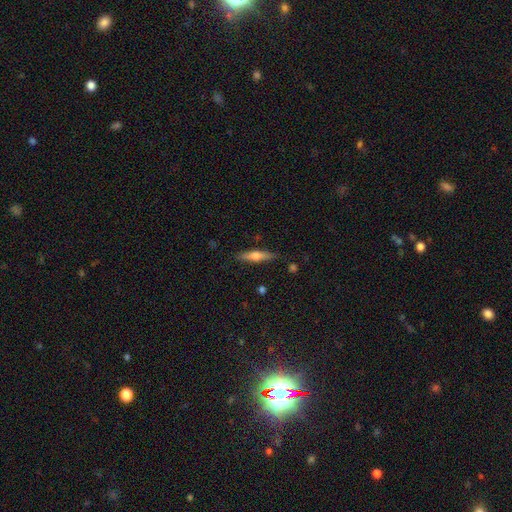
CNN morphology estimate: Smooth or featured? Predicted: smooth (p=0.49). Merging? Predicted: none (p=0.86).